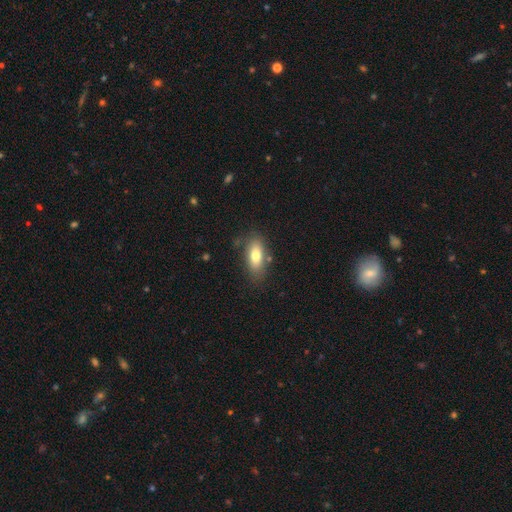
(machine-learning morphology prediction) Smooth or featured: smooth — 76% (featured or disk — 16%)
How rounded: in between — 84% (cigar-shaped — 12%)
Merging: none — 76% (minor disturbance — 15%)